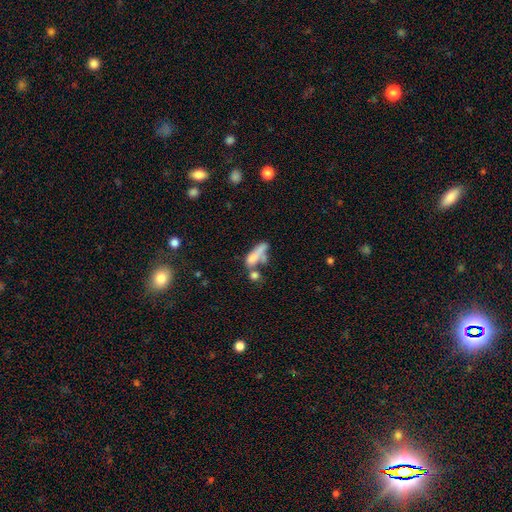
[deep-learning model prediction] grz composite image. It shows a smooth galaxy with no disk features (65%) that is in between round and cigar-shaped (49%). Merging: merger (43%).